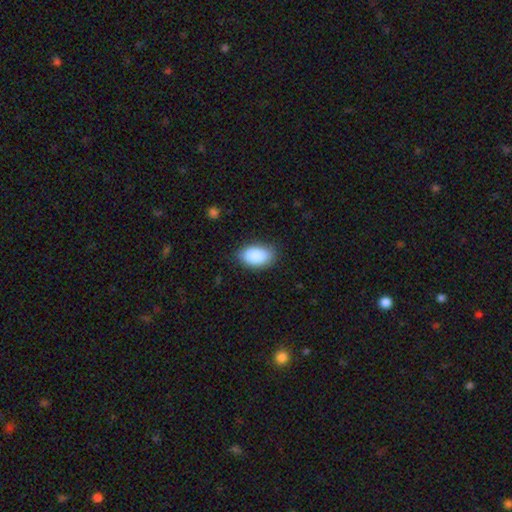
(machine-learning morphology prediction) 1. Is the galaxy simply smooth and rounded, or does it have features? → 89% smooth, 6% star or artifact, 4% featured or disk.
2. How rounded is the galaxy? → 94% in between, 5% round, 2% cigar-shaped.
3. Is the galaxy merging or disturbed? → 84% none, 12% minor disturbance, 3% major disturbance, 1% merger.